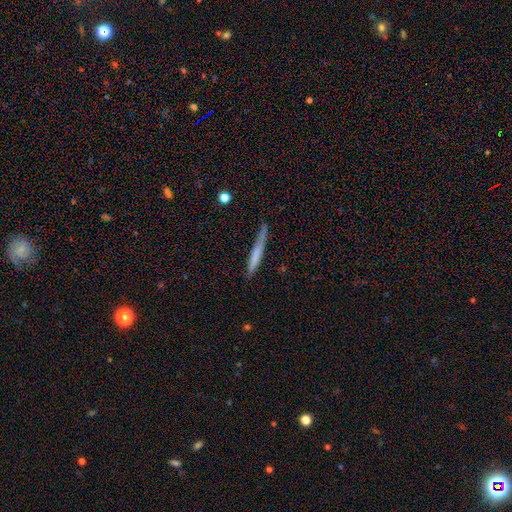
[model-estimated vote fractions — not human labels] This is likely a smooth galaxy (63%). How rounded: clearly cigar-shaped (95%). Merging: likely none (71%).